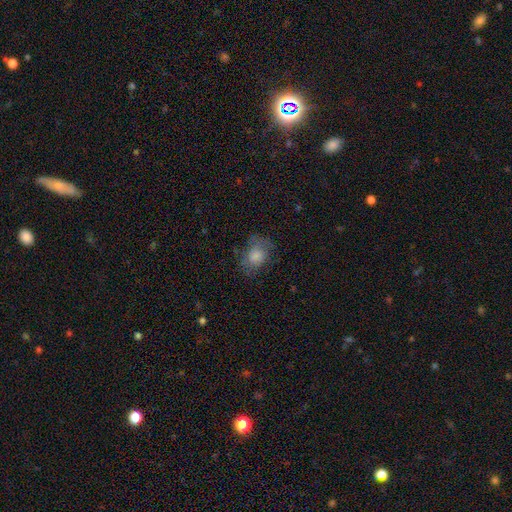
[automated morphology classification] Q: Smooth or featured?
A: smooth (66%); runner-up: featured or disk (20%)
Q: How rounded?
A: in between (62%); runner-up: round (37%)
Q: Merging?
A: none (65%); runner-up: minor disturbance (22%)